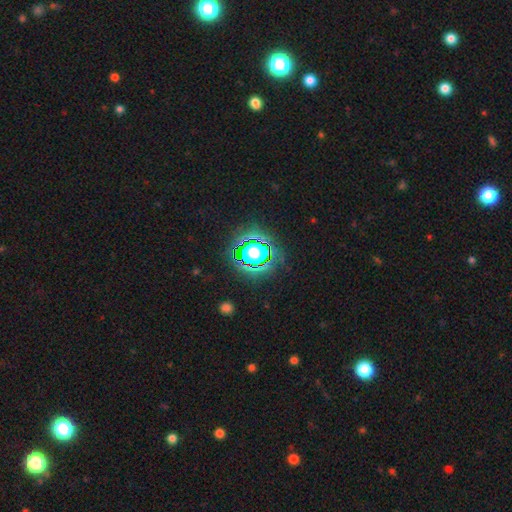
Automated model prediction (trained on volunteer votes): This is clearly a star or artifact rather than a galaxy (81%).